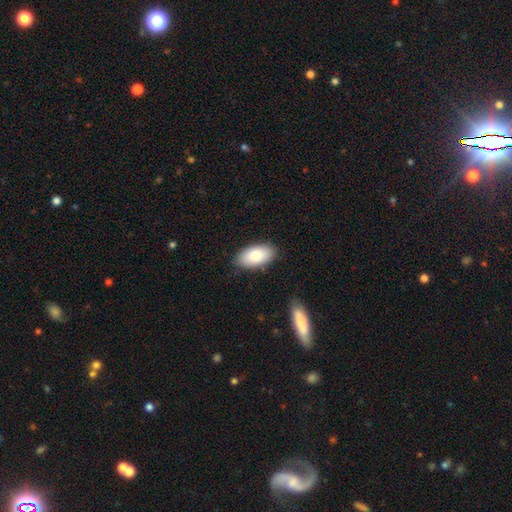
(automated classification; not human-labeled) Q: Smooth or featured?
A: smooth (79%); runner-up: featured or disk (14%)
Q: How rounded?
A: in between (95%); runner-up: round (3%)
Q: Merging?
A: none (86%); runner-up: minor disturbance (11%)